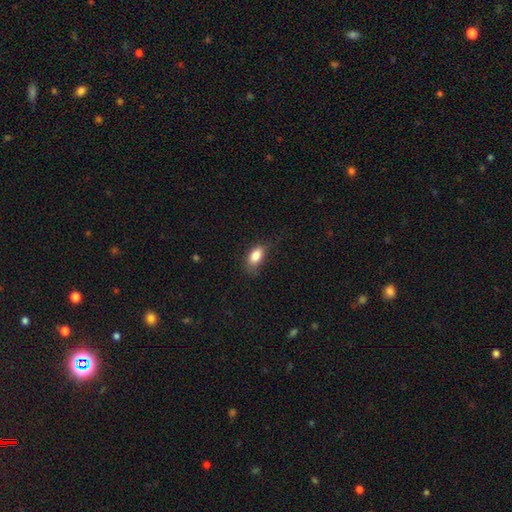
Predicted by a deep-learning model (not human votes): Smooth or featured: smooth — 84% (star or artifact — 8%)
How rounded: in between — 89% (round — 8%)
Merging: none — 62% (minor disturbance — 27%)